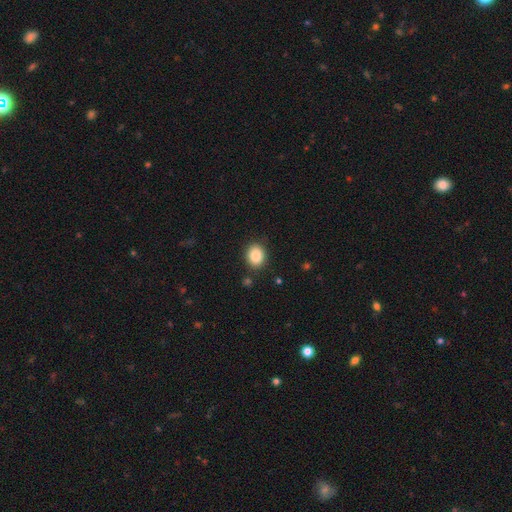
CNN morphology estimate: Smooth or featured?
  - smooth: 87% *
  - star or artifact: 9%
  - featured or disk: 4%
How rounded?
  - in between: 50% *
  - round: 49%
  - cigar-shaped: 1%
Merging?
  - none: 86% *
  - minor disturbance: 9%
  - major disturbance: 3%
  - merger: 2%